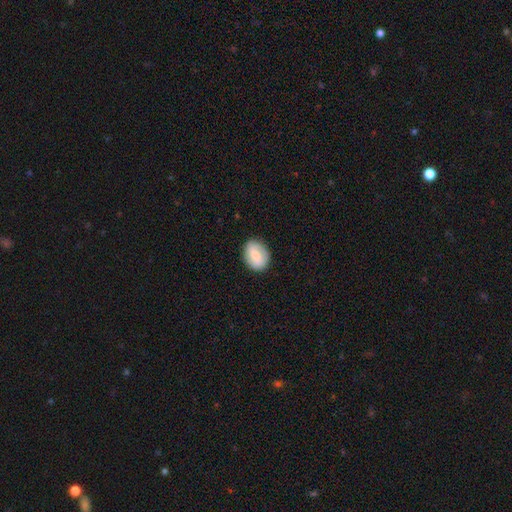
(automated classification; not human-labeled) This is likely a smooth galaxy (62%). How rounded: likely in between (65%). Merging: clearly none (85%).